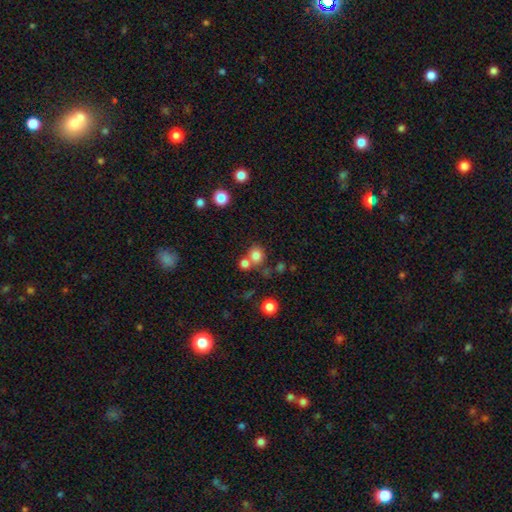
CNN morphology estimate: Smooth or featured?
  - smooth: 80% *
  - star or artifact: 13%
  - featured or disk: 7%
How rounded?
  - round: 79% *
  - in between: 20%
  - cigar-shaped: 1%
Merging?
  - none: 58% *
  - merger: 30%
  - minor disturbance: 8%
  - major disturbance: 4%